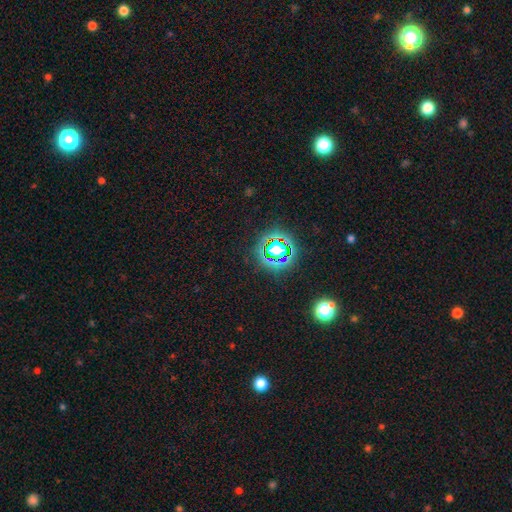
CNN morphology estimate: This is likely a star or artifact rather than a galaxy (76%).